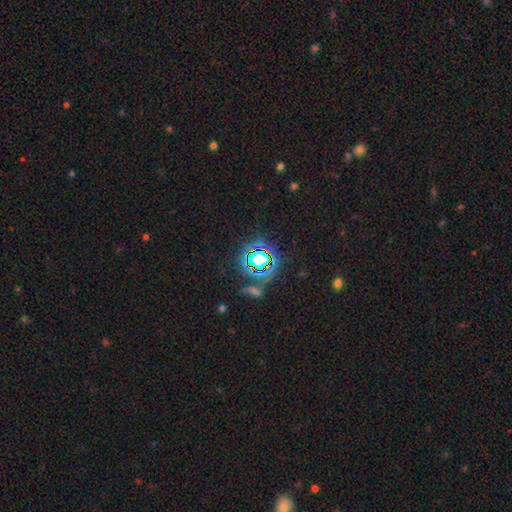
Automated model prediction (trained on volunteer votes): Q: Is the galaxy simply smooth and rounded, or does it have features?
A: star or artifact — 68%.